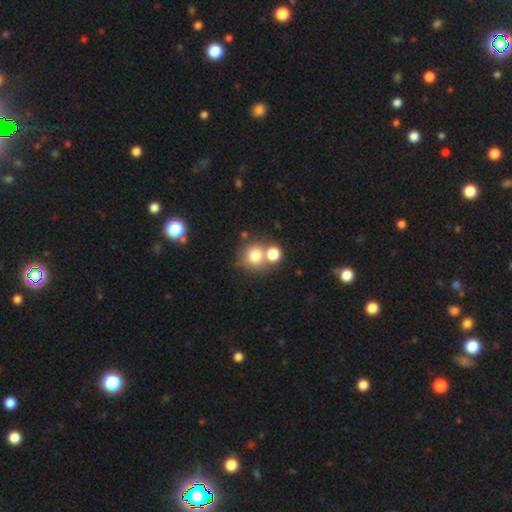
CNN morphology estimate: Smooth or featured: smooth — 75% (star or artifact — 13%)
How rounded: round — 88% (in between — 11%)
Merging: none — 52% (merger — 36%)